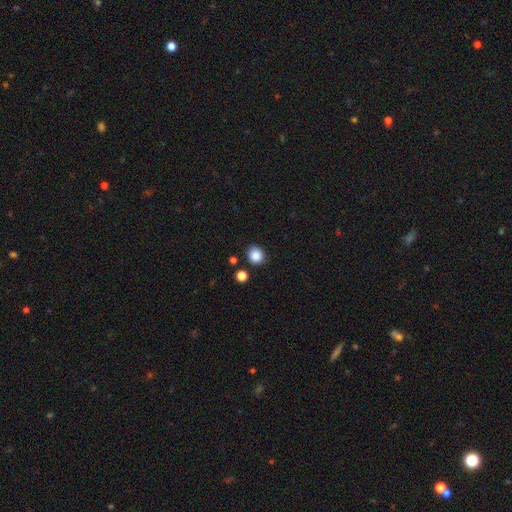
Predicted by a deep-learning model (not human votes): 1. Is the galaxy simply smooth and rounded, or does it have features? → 86% smooth, 10% star or artifact, 3% featured or disk.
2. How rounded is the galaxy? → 77% round, 22% in between, 1% cigar-shaped.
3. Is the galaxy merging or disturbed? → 82% none, 11% minor disturbance, 4% merger, 3% major disturbance.